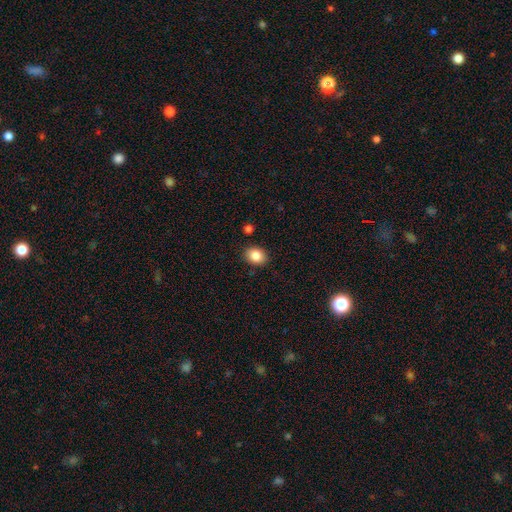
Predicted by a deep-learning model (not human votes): Smooth or featured?
  - smooth: 86% *
  - star or artifact: 8%
  - featured or disk: 6%
How rounded?
  - in between: 61% *
  - round: 38%
  - cigar-shaped: 1%
Merging?
  - none: 87% *
  - minor disturbance: 9%
  - merger: 2%
  - major disturbance: 2%